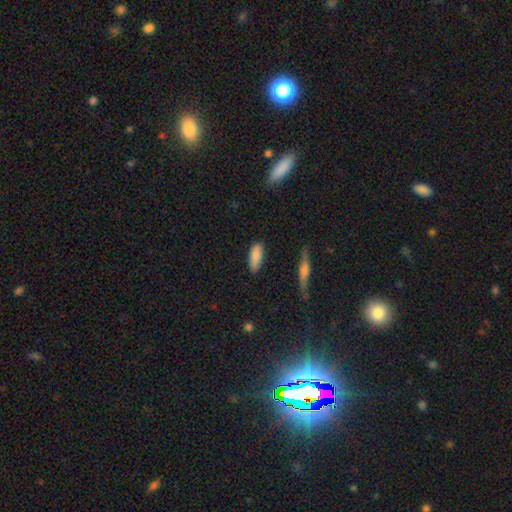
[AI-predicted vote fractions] smooth-or-featured: smooth: 86% | featured or disk: 8% | star or artifact: 7%
  how-rounded: in between: 74% | cigar-shaped: 24% | round: 2%
  merging: none: 82% | minor disturbance: 14% | major disturbance: 3% | merger: 2%